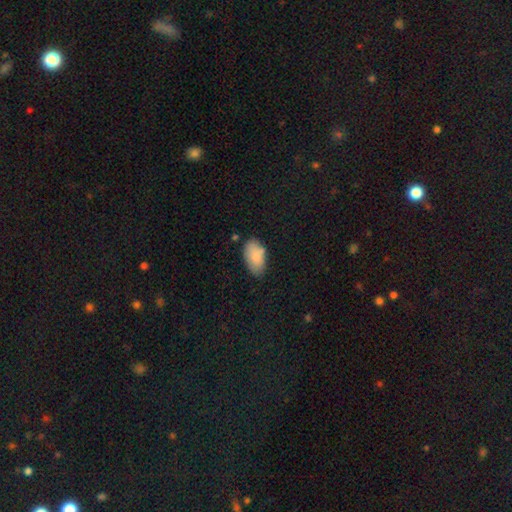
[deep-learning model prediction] Smooth or featured? smooth (83%)
How rounded? in between (94%)
Merging? none (70%)